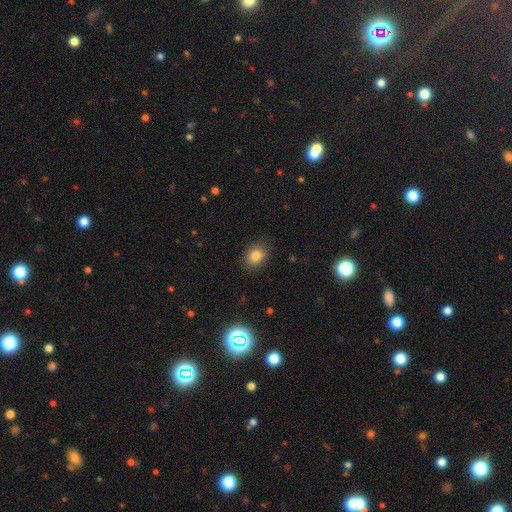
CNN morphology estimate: Overall: smooth (82%). How rounded: in between (64%; round 34%). Merging: none (82%).